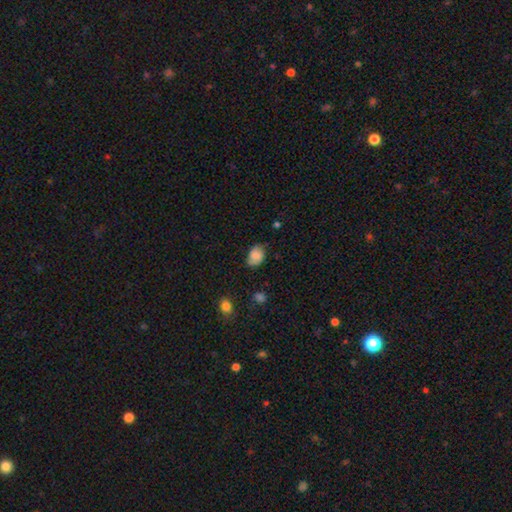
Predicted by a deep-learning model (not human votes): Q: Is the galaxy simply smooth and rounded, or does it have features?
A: smooth — 81%.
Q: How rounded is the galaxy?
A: in between — 74%.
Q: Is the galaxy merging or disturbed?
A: none — 68%.